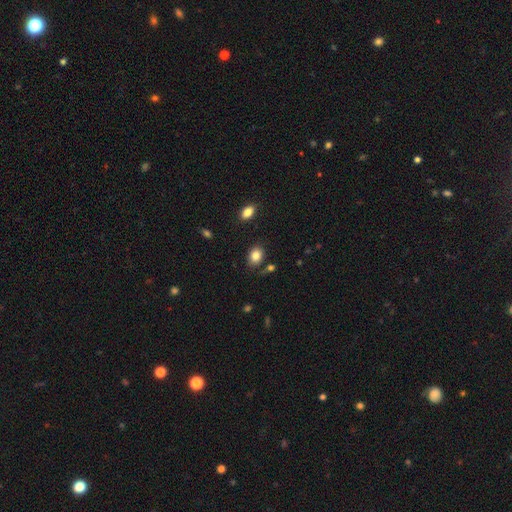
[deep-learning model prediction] This is clearly a smooth galaxy (83%). How rounded: likely in between (65%). Merging: likely none (79%).